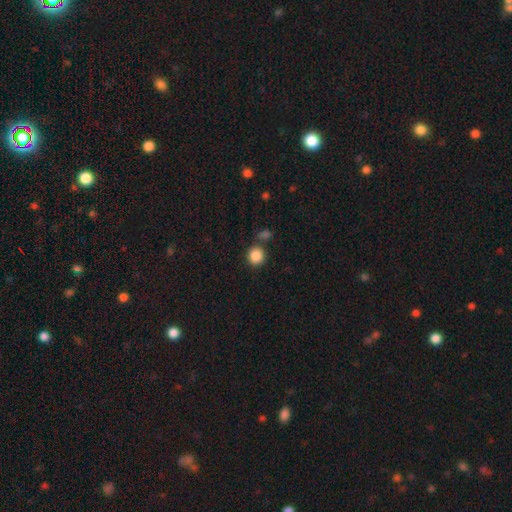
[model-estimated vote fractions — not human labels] Smooth or featured? Predicted: smooth (p=0.87). How rounded? Predicted: round (p=0.89). Merging? Predicted: none (p=0.75).